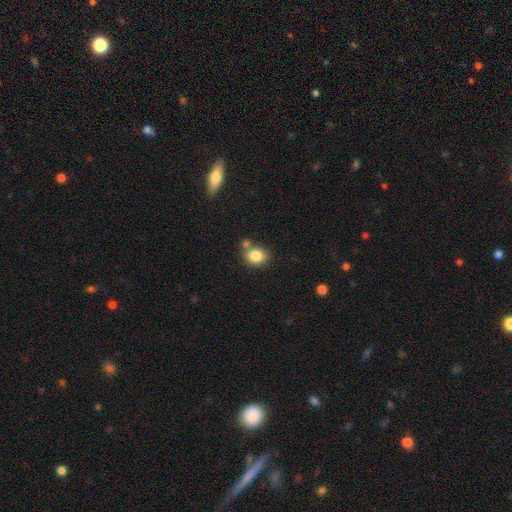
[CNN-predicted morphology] Overall: smooth (84%). How rounded: round (58%; in between 41%). Merging: none (61%; merger 22%).